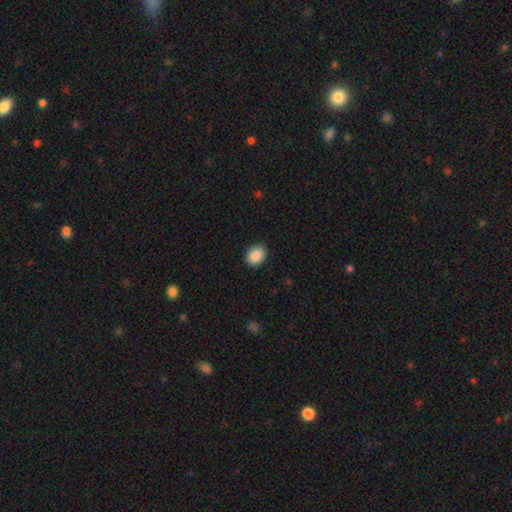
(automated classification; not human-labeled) Smooth or featured? Predicted: smooth (p=0.89). How rounded? Predicted: in between (p=0.57). Merging? Predicted: none (p=0.89).